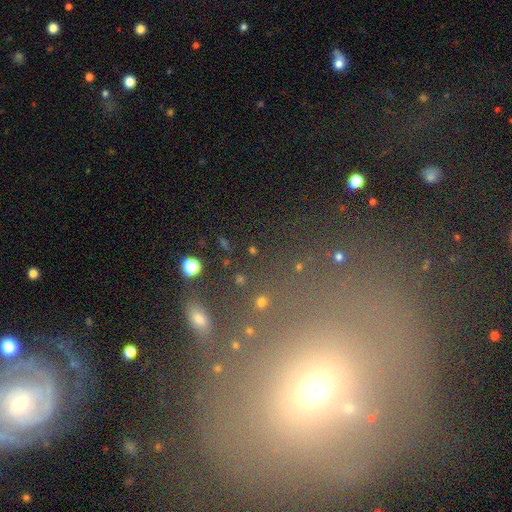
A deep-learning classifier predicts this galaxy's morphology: A smooth galaxy with no disk features (38%, tied with star or artifact).

Vote fractions:
- Smooth or featured? smooth: 38% (tied) / star or artifact: 38% (tied) / featured or disk: 24%
- Merging? none: 70% / minor disturbance: 13% / major disturbance: 10% / merger: 8%